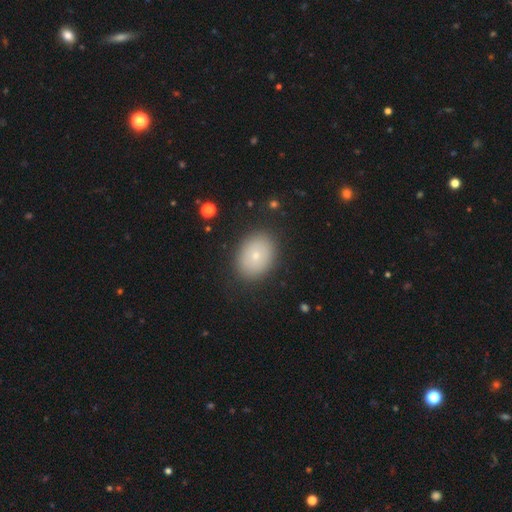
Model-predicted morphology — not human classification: Smooth or featured? Predicted: smooth (p=0.73). How rounded? Predicted: in between (p=0.64). Merging? Predicted: none (p=0.87).